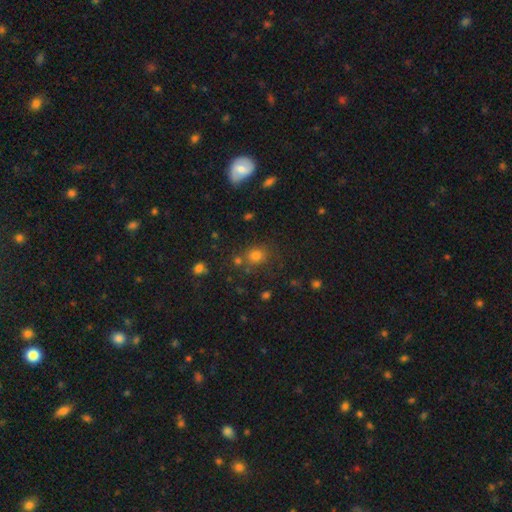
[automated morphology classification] Smooth or featured? smooth (73%)
How rounded? round (73%)
Merging? none (71%)